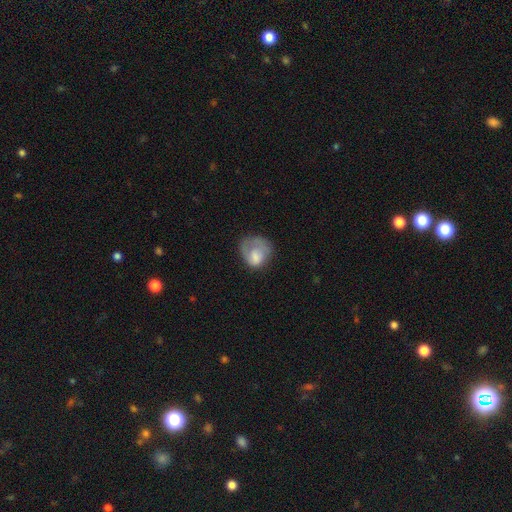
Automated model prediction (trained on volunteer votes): This is likely a smooth galaxy (64%). How rounded: likely round (61%). Merging: marginally major disturbance (36%).